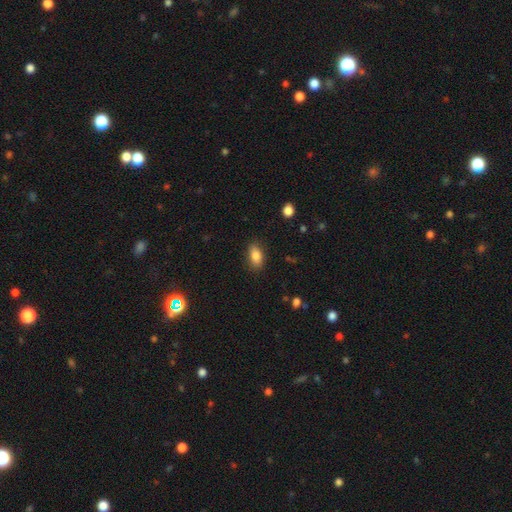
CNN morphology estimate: The model was most divided on "merging": none: 84%, minor disturbance: 12%, major disturbance: 3%, merger: 1%. More confident: how rounded — in between (88%); smooth or featured — smooth (84%).